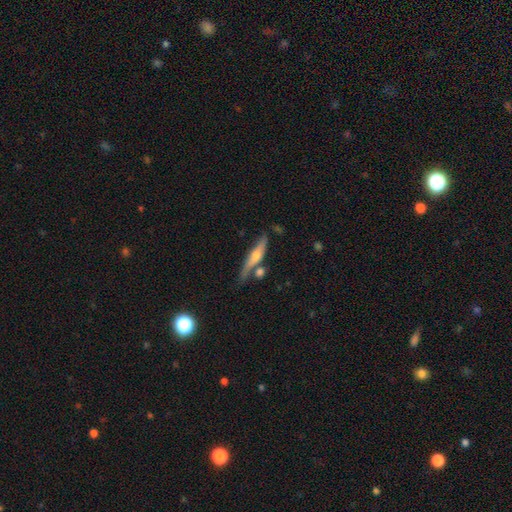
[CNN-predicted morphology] A featured or disk galaxy (63%) viewed edge-on (89%) with a rounded central bulge (85%).

Vote fractions:
- Smooth or featured? featured or disk: 63% / smooth: 30% / star or artifact: 7%
- Edge-on disk? yes: 89% / no: 11%
- Edge-on bulge? rounded: 85% / none: 9% / boxy: 5%
- Merging? none: 63% / minor disturbance: 18% / merger: 13% / major disturbance: 6%